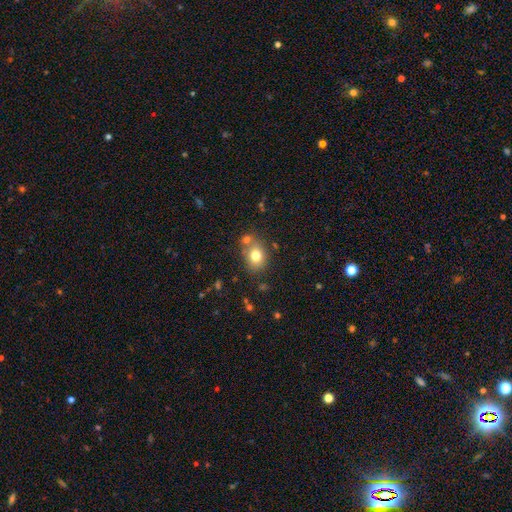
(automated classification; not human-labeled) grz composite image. It shows a smooth galaxy with no disk features (78%) that is in between round and cigar-shaped (54%). Merging: none (64%).